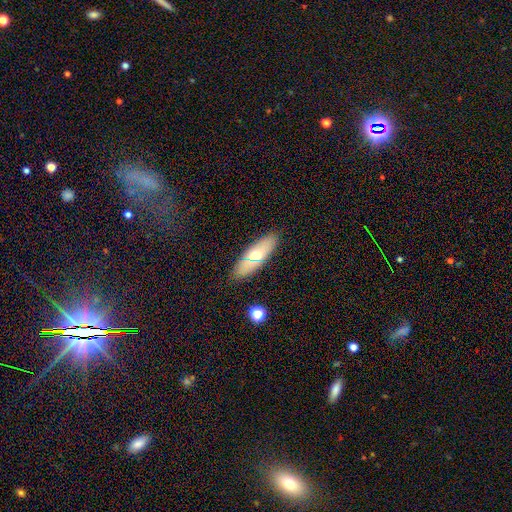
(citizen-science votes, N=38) Smooth or featured? 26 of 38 (68%) said smooth. How rounded? 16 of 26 (62%) said in between. Merging? 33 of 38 (87%) said none.